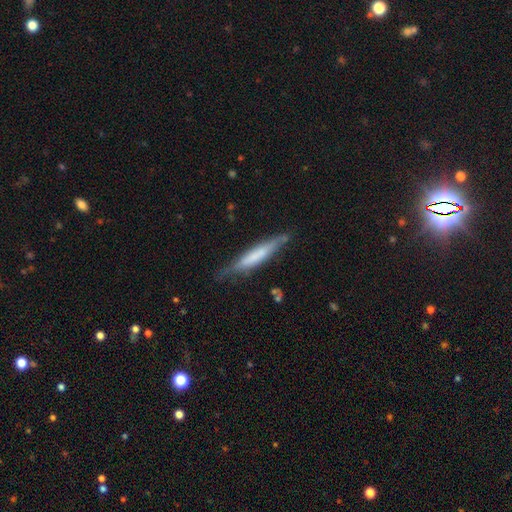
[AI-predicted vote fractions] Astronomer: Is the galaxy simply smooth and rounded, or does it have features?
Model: smooth — 50% (runner-up: featured or disk, 44%).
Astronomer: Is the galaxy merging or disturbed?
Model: none — 70%.